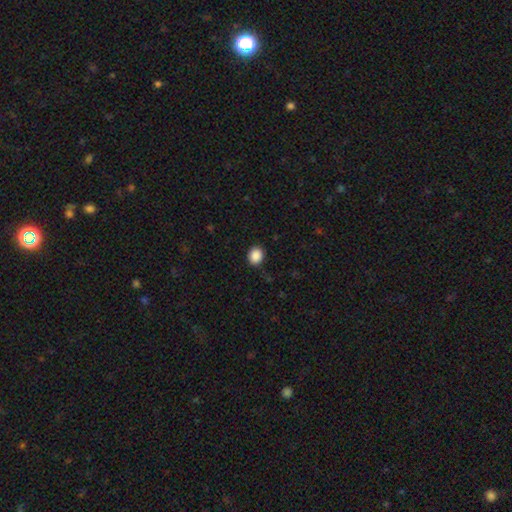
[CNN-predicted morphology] This appears to be a smooth galaxy with no disk features (89%) that is round (69%). Merging: none (88%).